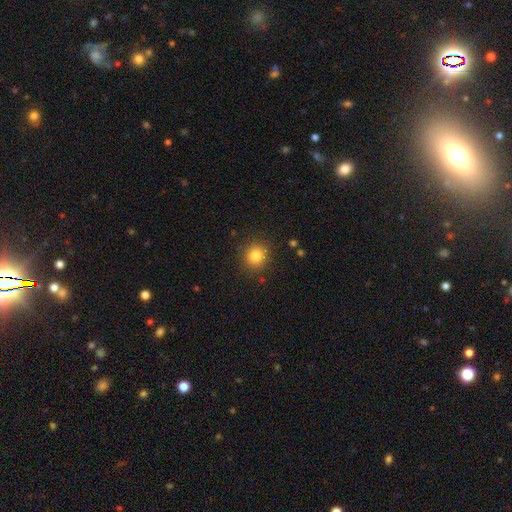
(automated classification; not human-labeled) Smooth or featured? Predicted: smooth (p=0.82). How rounded? Predicted: round (p=0.87). Merging? Predicted: none (p=0.87).